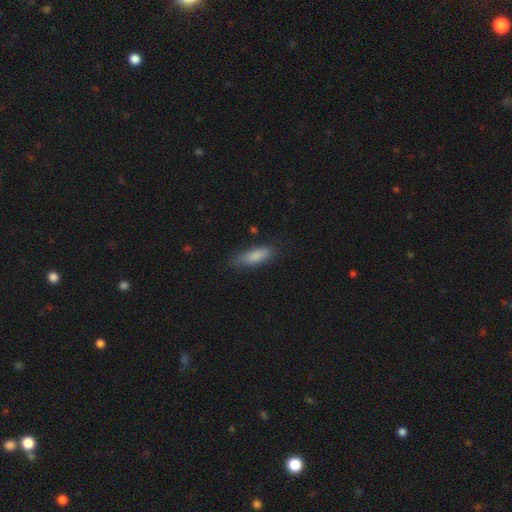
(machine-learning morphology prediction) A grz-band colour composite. It shows a smooth galaxy with no disk features (84%) that is in between round and cigar-shaped (52%). Merging: none (75%).